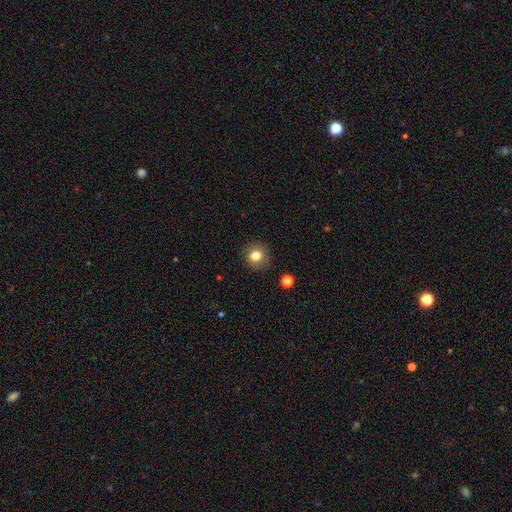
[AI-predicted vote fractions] smooth 81%, star or artifact 11%, featured or disk 7%. Down the decision tree: how rounded — round (90%); merging — none (88%).